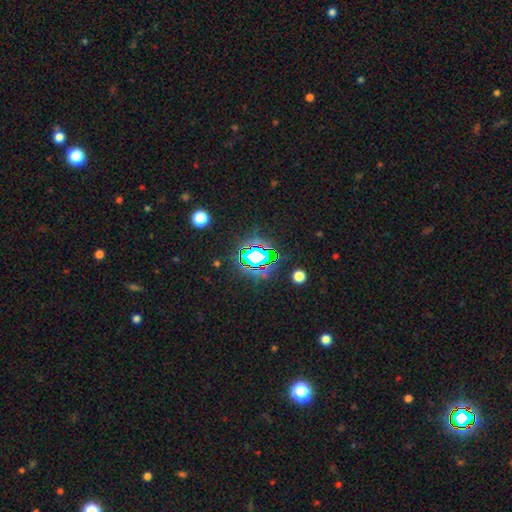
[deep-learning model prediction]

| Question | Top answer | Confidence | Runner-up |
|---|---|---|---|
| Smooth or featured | star or artifact | 71% | smooth (18%) |